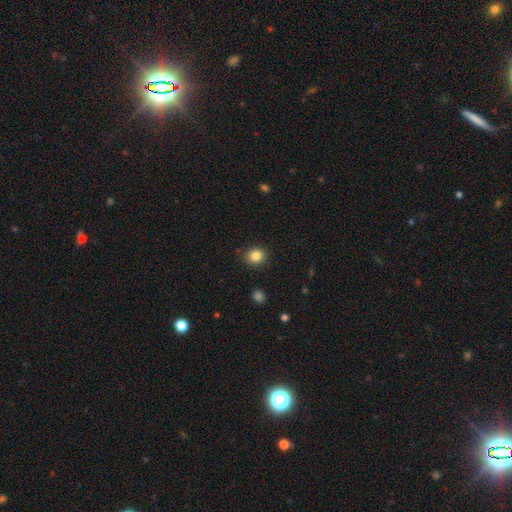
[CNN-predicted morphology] This appears to be a smooth galaxy with no disk features (85%) that is round (77%). Merging: none (90%).